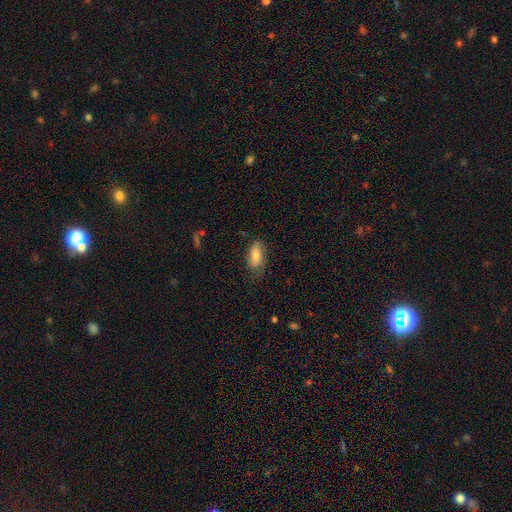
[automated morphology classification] The model was most divided on "merging": none: 71%, minor disturbance: 22%, major disturbance: 5%, merger: 1%. More confident: how rounded — in between (86%); smooth or featured — smooth (74%).